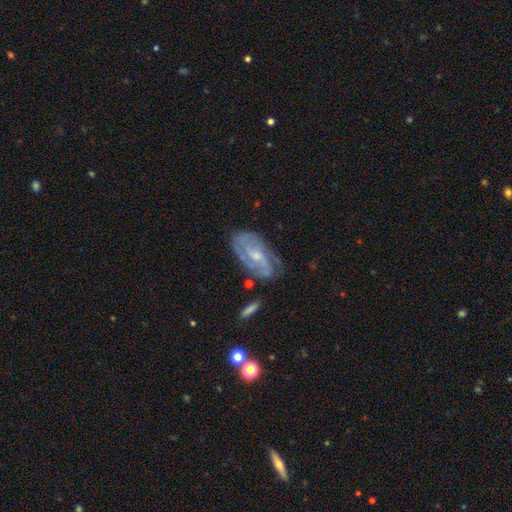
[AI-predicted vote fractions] A featured or disk galaxy (77%) with no bar (51%), 2 (45%) tight (43%) spiral arms (91%) and a small central bulge (58%).

Vote fractions:
- Smooth or featured? featured or disk: 77% / smooth: 16% / star or artifact: 7%
- Edge-on disk? no: 94% / yes: 6%
- Bar? no: 51% / weak: 39% / strong: 9%
- Spiral arms? yes: 91% / no: 9%
- Spiral winding? tight: 43% / medium: 41% / loose: 16%
- Spiral arm count? 2: 45% / can't tell: 28% / 3: 15% / 4: 4% / 1: 4% / more than 4: 3%
- Bulge size? small: 58% / moderate: 36% / none: 3% / large: 2% / dominant: 1%
- Merging? none: 68% / minor disturbance: 22% / major disturbance: 7% / merger: 3%